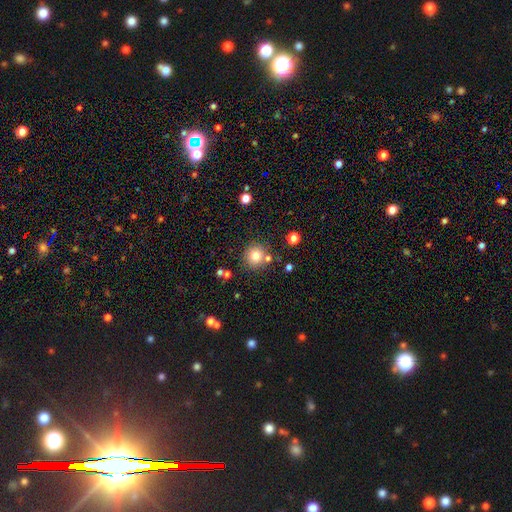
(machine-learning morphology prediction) smooth_or_featured: smooth (p=0.79) [alt: star or artifact p=0.13]
how_rounded: round (p=0.92) [alt: in between p=0.07]
merging: none (p=0.78) [alt: merger p=0.10]